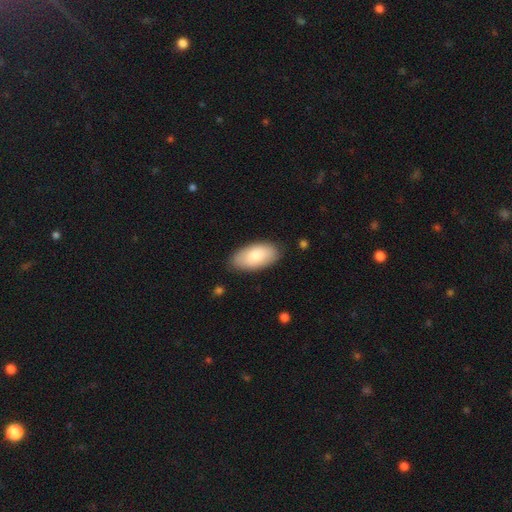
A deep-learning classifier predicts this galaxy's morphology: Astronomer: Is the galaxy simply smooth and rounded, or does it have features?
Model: smooth — 80%.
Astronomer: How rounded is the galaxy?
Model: in between — 95%.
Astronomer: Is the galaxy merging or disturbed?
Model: none — 84%.